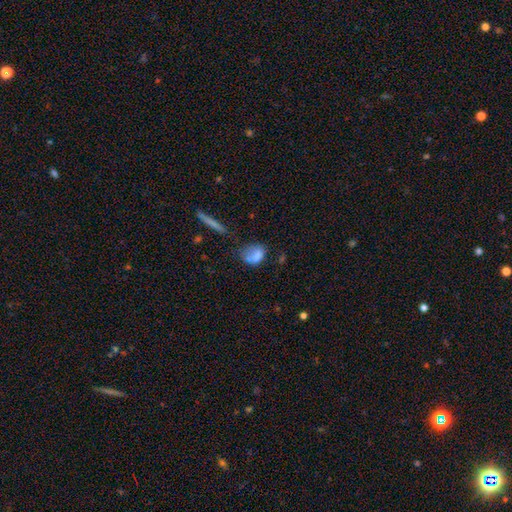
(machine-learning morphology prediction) Smooth or featured? smooth (73%)
How rounded? in between (65%)
Merging? none (38%)